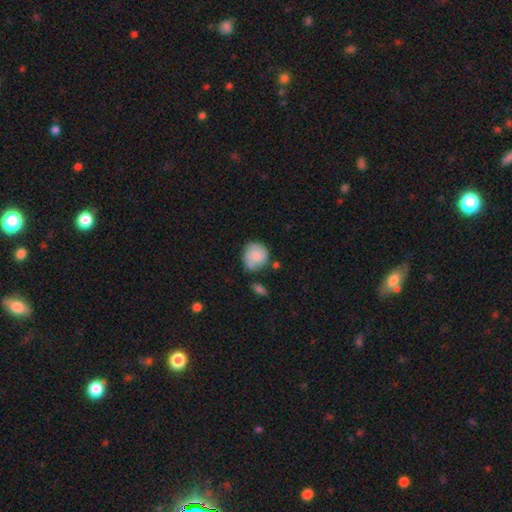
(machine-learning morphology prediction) smooth 75%, featured or disk 18%, star or artifact 7%. Down the decision tree: how rounded — round (79%); merging — none (55%).